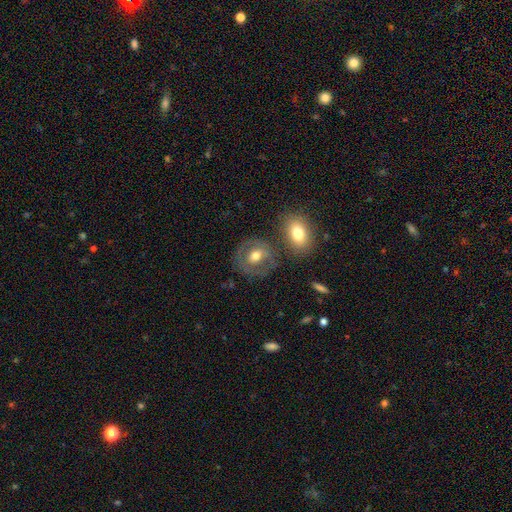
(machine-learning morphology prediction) Smooth or featured? smooth (55%)
How rounded? round (69%)
Merging? none (70%)